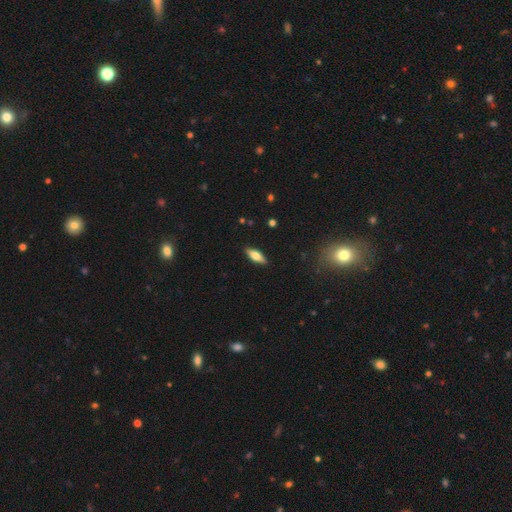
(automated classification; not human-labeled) Morphology: type=smooth (62%); roundness=in between (61%); merging=none (89%).